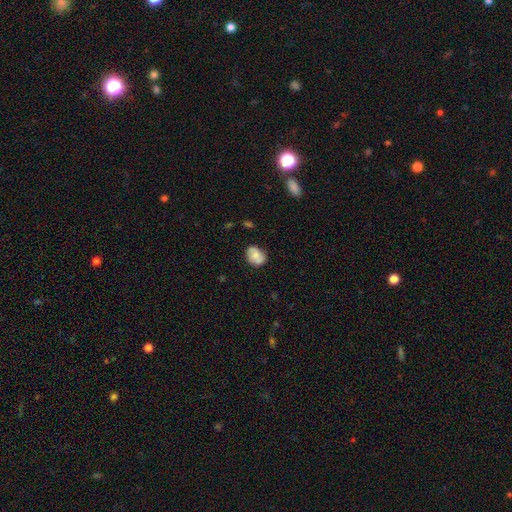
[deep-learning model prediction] smooth-or-featured: smooth: 66% | featured or disk: 26% | star or artifact: 8%
  how-rounded: in between: 64% | round: 35% | cigar-shaped: 1%
  merging: none: 71% | minor disturbance: 22% | major disturbance: 5% | merger: 2%